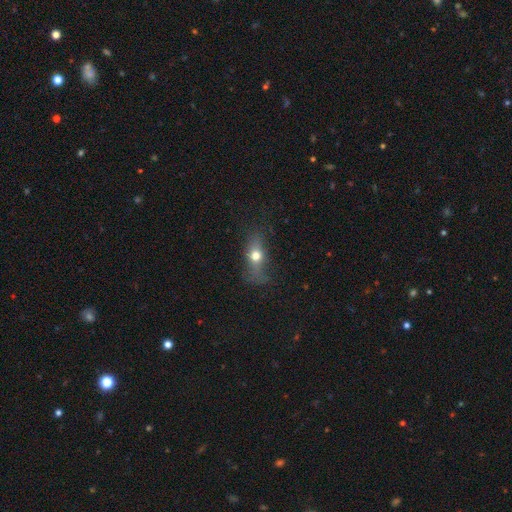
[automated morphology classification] The model was most divided on "merging": none: 52%, minor disturbance: 25%, major disturbance: 20%, merger: 3%. More confident: how rounded — in between (61%); smooth or featured — smooth (59%).